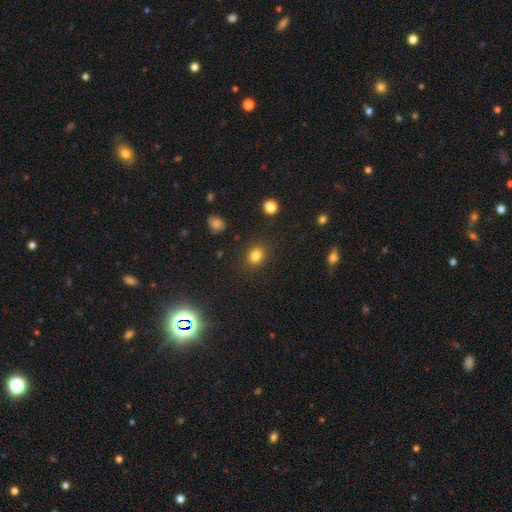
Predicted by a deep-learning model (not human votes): smooth_or_featured: smooth (p=0.82) [alt: star or artifact p=0.13]
how_rounded: round (p=0.66) [alt: in between p=0.33]
merging: none (p=0.87) [alt: minor disturbance p=0.08]